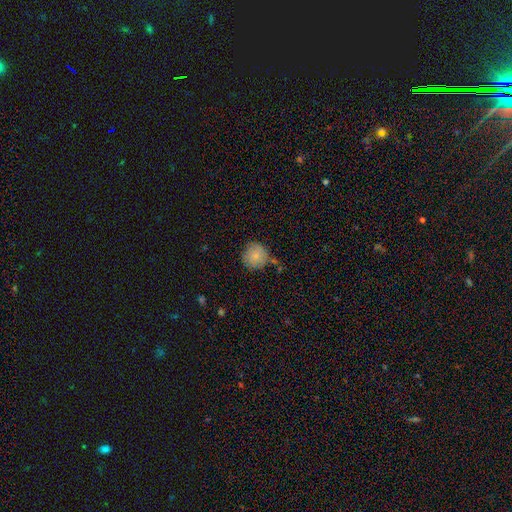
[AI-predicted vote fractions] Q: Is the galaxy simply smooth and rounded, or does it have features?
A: smooth — 83%.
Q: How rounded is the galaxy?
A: round — 93%.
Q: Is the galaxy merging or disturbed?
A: none — 70%.